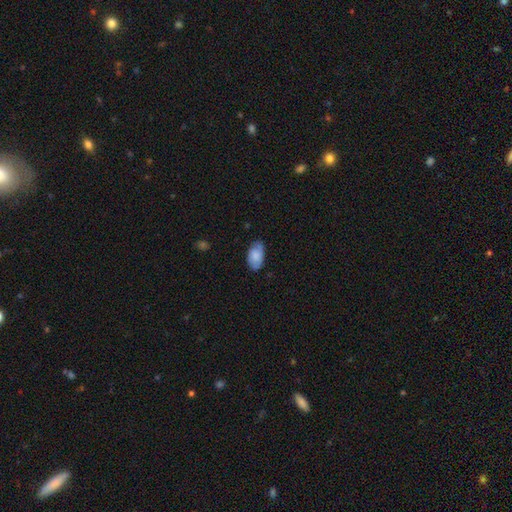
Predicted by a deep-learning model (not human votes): Smooth or featured: smooth — 74% (featured or disk — 19%)
How rounded: in between — 94% (round — 4%)
Merging: none — 71% (minor disturbance — 23%)